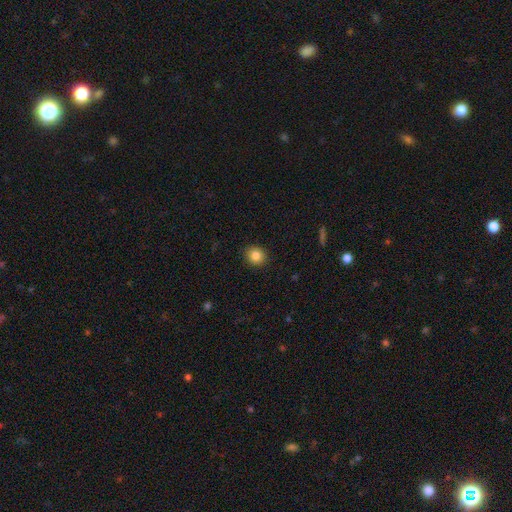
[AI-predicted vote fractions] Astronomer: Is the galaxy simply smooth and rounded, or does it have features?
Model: smooth — 84%.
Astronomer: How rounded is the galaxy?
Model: round — 82%.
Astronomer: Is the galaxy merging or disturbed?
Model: none — 91%.